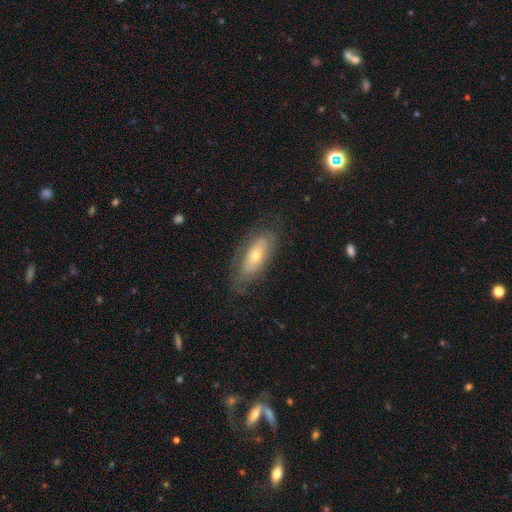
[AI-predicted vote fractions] Overall: featured or disk (57%; smooth 35%). Edge-on disk: no (81%). Merging: none (70%).